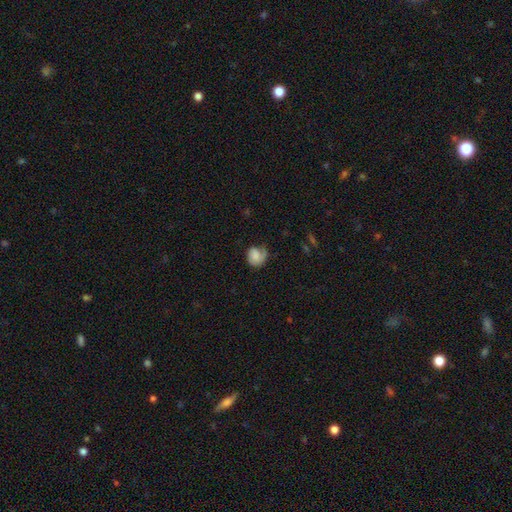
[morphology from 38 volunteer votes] This appears to be a smooth galaxy with no disk features (66%) that is round (56%). Merging: minor disturbance (41%).